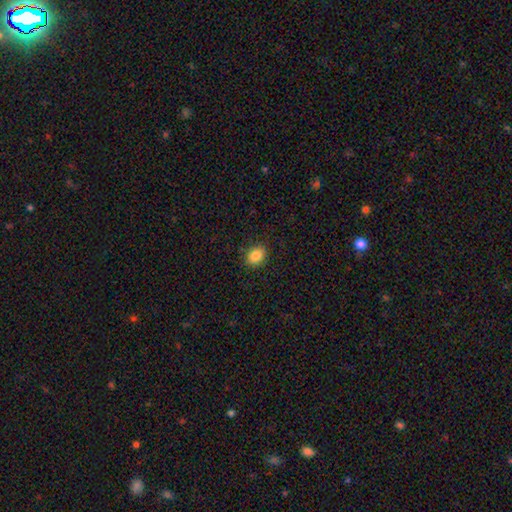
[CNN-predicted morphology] Overall: smooth (86%). How rounded: in between (54%; round 45%). Merging: none (86%).